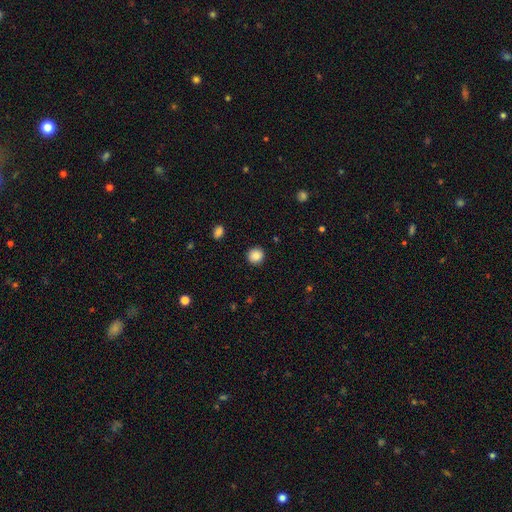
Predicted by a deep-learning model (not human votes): Smooth or featured? smooth (87%)
How rounded? round (92%)
Merging? none (92%)